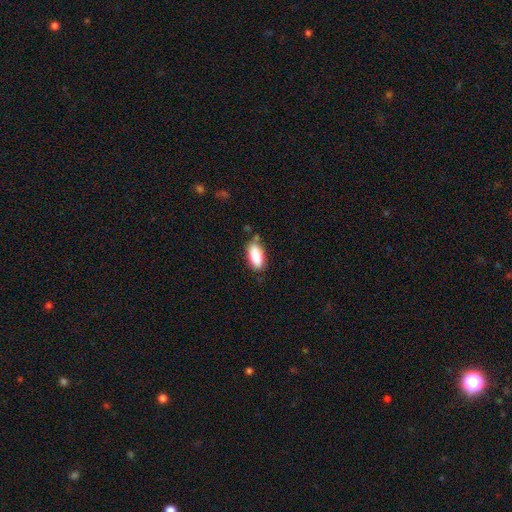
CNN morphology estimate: smooth_or_featured: smooth (p=0.88) [alt: star or artifact p=0.07]
how_rounded: in between (p=0.88) [alt: cigar-shaped p=0.10]
merging: none (p=0.78) [alt: minor disturbance p=0.16]